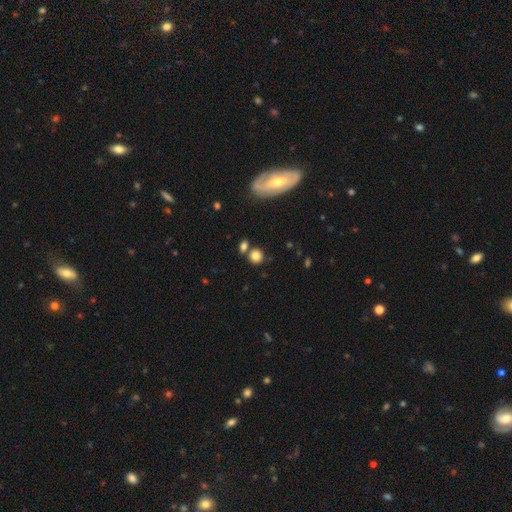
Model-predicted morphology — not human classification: type=smooth (80%); roundness=round (85%); merging=none (67%).